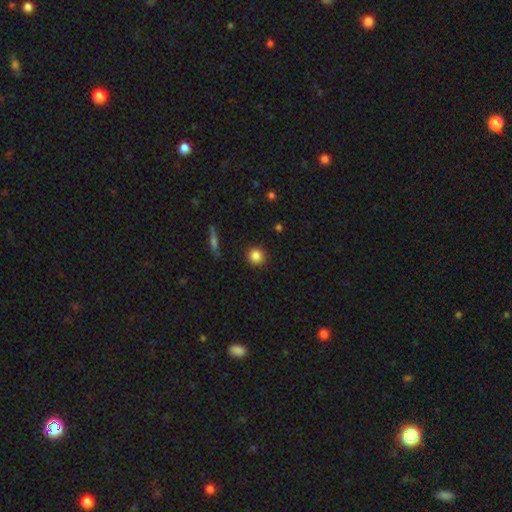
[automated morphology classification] A smooth galaxy with no disk features (85%) that is round (92%). Merging: none (91%).